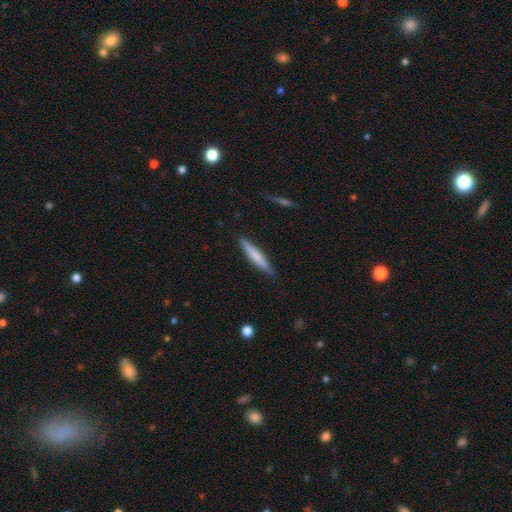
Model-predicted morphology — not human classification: Smooth or featured? Predicted: smooth (p=0.70). How rounded? Predicted: cigar-shaped (p=0.92). Merging? Predicted: none (p=0.87).